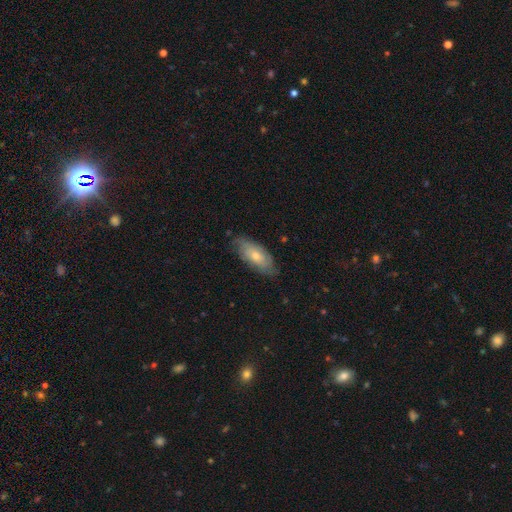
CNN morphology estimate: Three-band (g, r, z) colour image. It shows a featured or disk galaxy (47%, tied with smooth). Merging: none (72%).